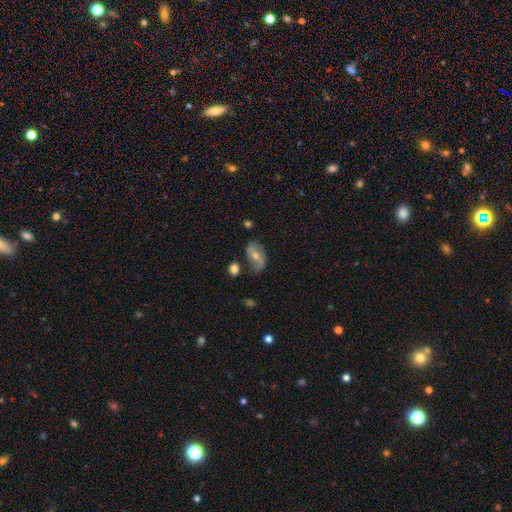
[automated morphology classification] The model was most divided on "smooth or featured": featured or disk: 46%, smooth: 45%, star or artifact: 8%. More confident: merging — none (57%).